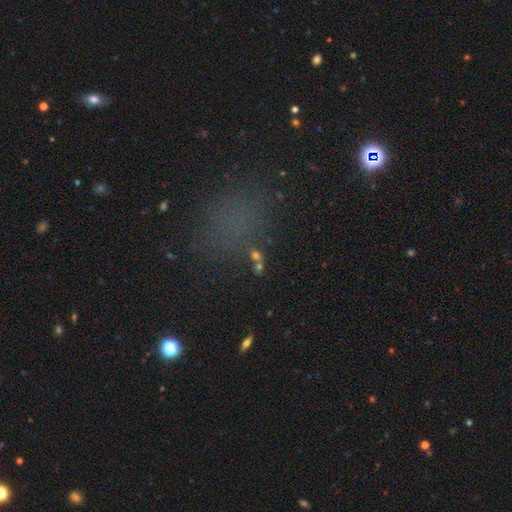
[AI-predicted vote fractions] Smooth or featured?
  - star or artifact: 43% *
  - smooth: 38%
  - featured or disk: 18%